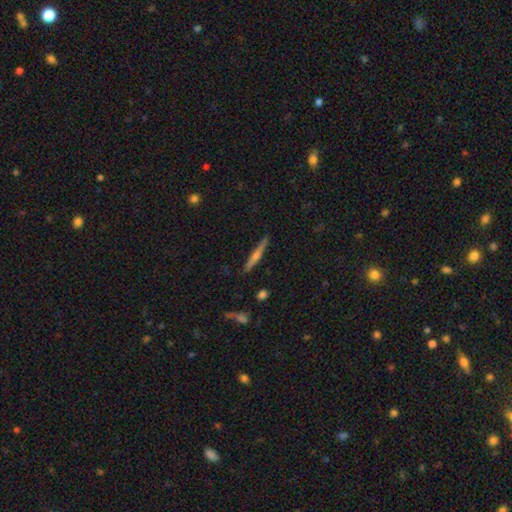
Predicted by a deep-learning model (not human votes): A featured or disk galaxy (62%) viewed edge-on (97%) with a rounded central bulge (79%). Merging: none (89%).